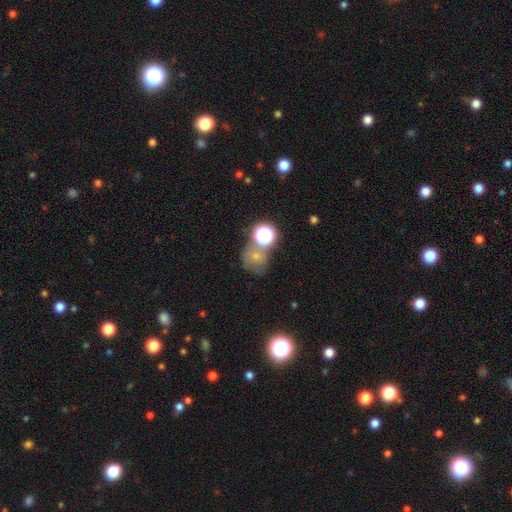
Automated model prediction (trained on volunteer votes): Q: Smooth or featured?
A: smooth (58%); runner-up: star or artifact (24%)
Q: How rounded?
A: round (74%); runner-up: in between (25%)
Q: Merging?
A: none (45%); runner-up: merger (25%)